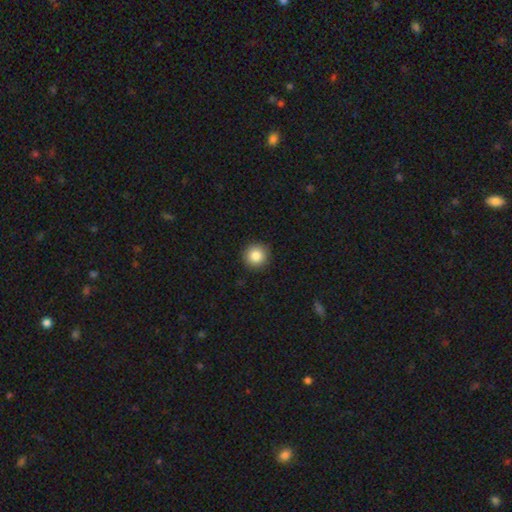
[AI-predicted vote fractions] This appears to be a smooth galaxy with no disk features (85%) that is round (95%). Merging: none (92%).